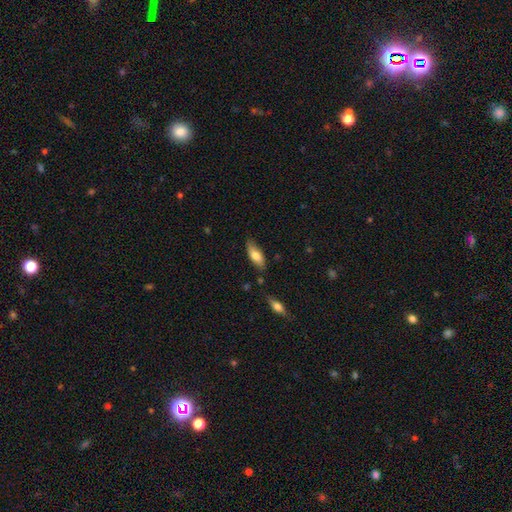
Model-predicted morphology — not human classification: Smooth or featured?
  - smooth: 73% *
  - featured or disk: 20%
  - star or artifact: 6%
How rounded?
  - in between: 72% *
  - cigar-shaped: 26%
  - round: 2%
Merging?
  - none: 75% *
  - minor disturbance: 18%
  - merger: 3%
  - major disturbance: 3%